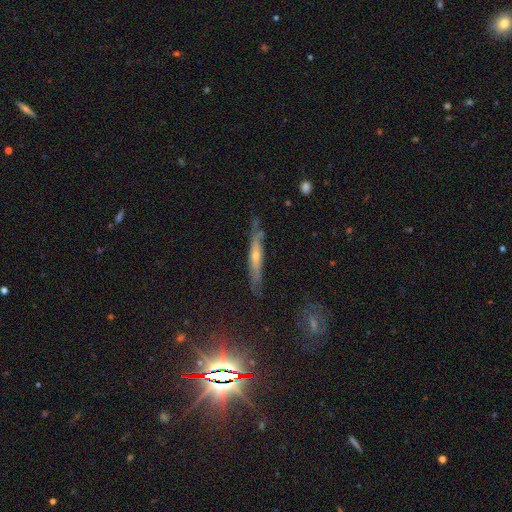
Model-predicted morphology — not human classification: A featured or disk galaxy (55%) viewed edge-on (85%).

Vote fractions:
- Smooth or featured? featured or disk: 55% / smooth: 36% / star or artifact: 8%
- Edge-on disk? yes: 85% / no: 15%
- Merging? none: 75% / minor disturbance: 18% / merger: 4% / major disturbance: 3%